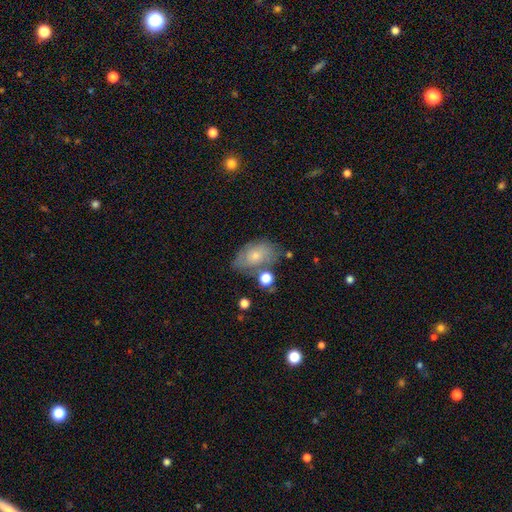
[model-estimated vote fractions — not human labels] smooth 60%, featured or disk 31%, star or artifact 9%. Down the decision tree: how rounded — in between (86%); merging — none (53%).